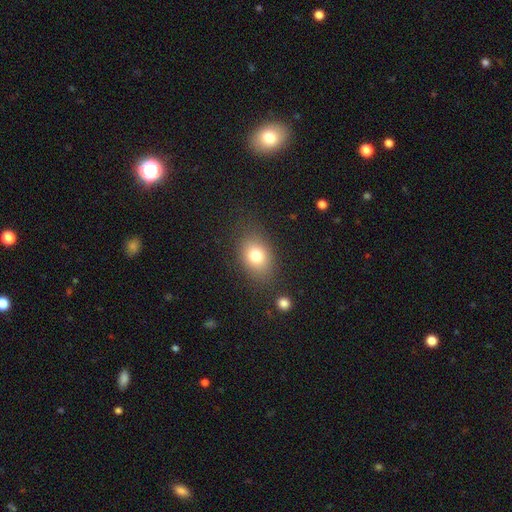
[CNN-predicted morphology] Q: Smooth or featured?
A: smooth (77%); runner-up: star or artifact (11%)
Q: How rounded?
A: in between (68%); runner-up: round (31%)
Q: Merging?
A: none (80%); runner-up: minor disturbance (13%)